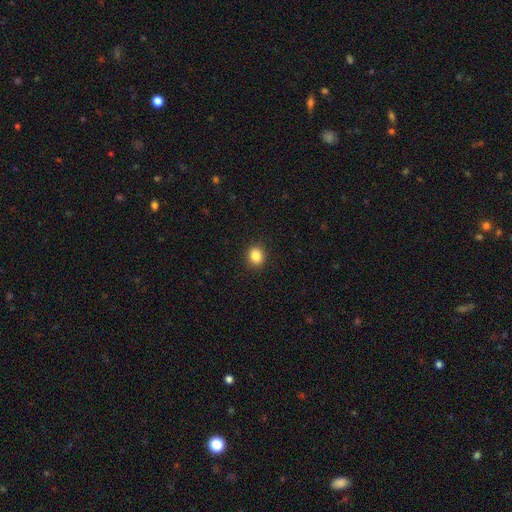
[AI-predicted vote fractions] smooth 86%, star or artifact 10%, featured or disk 4%. Down the decision tree: how rounded — round (64%); merging — none (91%).